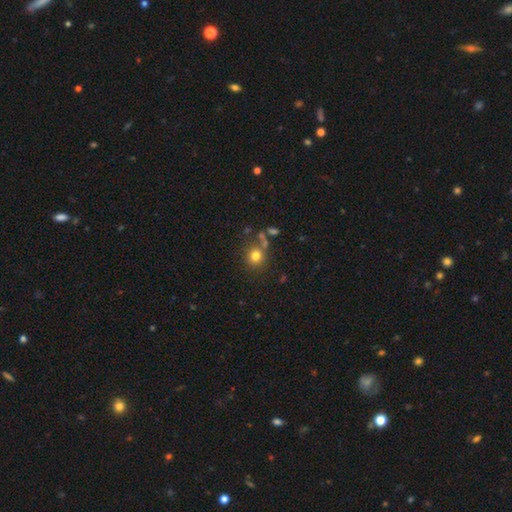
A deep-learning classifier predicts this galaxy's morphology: Smooth or featured: smooth — 77% (star or artifact — 14%)
How rounded: round — 85% (in between — 14%)
Merging: none — 70% (merger — 12%)